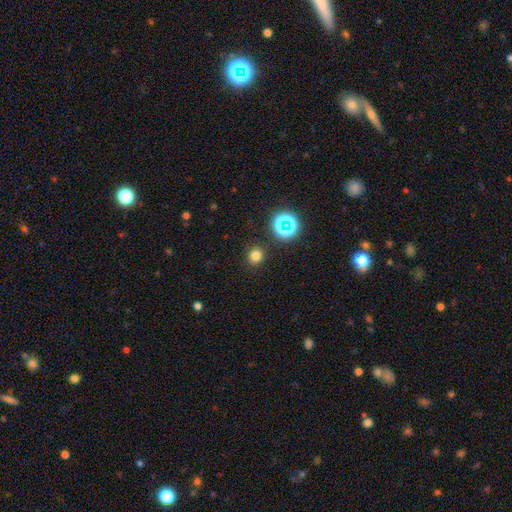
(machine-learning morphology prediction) smooth_or_featured: smooth (p=0.75) [alt: star or artifact p=0.20]
how_rounded: round (p=0.91) [alt: in between p=0.08]
merging: none (p=0.90) [alt: minor disturbance p=0.06]